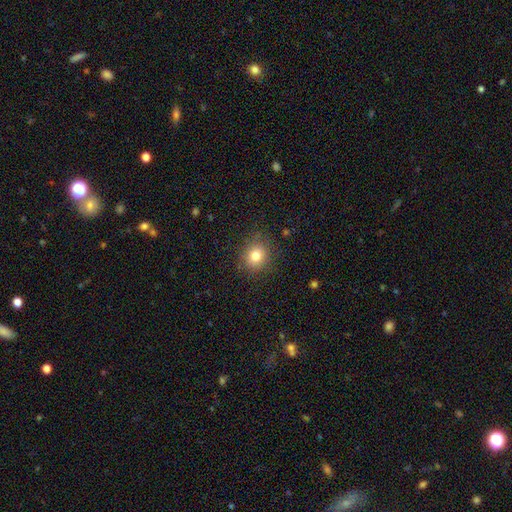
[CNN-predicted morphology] A smooth galaxy with no disk features (81%) that is round (77%).

Vote fractions:
- Smooth or featured? smooth: 81% / star or artifact: 12% / featured or disk: 8%
- How rounded? round: 77% / in between: 22% / cigar-shaped: 1%
- Merging? none: 85% / minor disturbance: 11% / major disturbance: 3% / merger: 1%